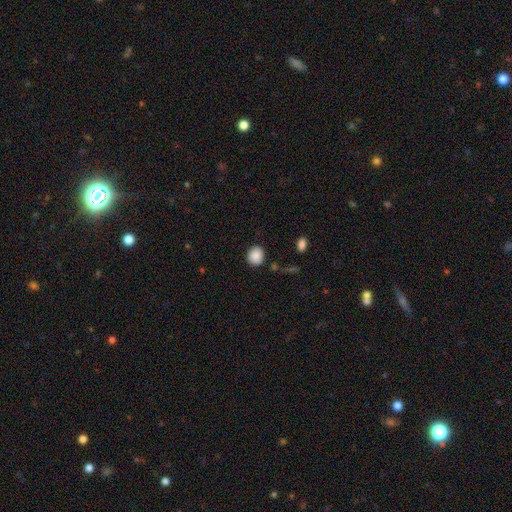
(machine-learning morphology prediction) smooth_or_featured: smooth (p=0.88) [alt: star or artifact p=0.08]
how_rounded: round (p=0.74) [alt: in between p=0.25]
merging: none (p=0.85) [alt: minor disturbance p=0.10]